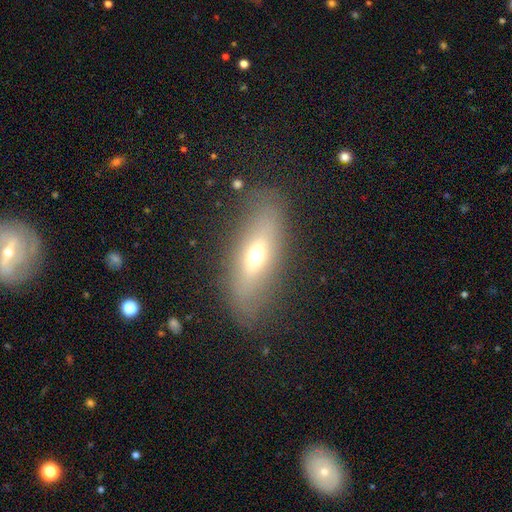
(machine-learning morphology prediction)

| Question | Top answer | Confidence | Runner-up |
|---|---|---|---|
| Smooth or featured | smooth | 51% | featured or disk (39%) |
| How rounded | in between | 61% | cigar-shaped (34%) |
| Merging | none | 79% | minor disturbance (13%) |